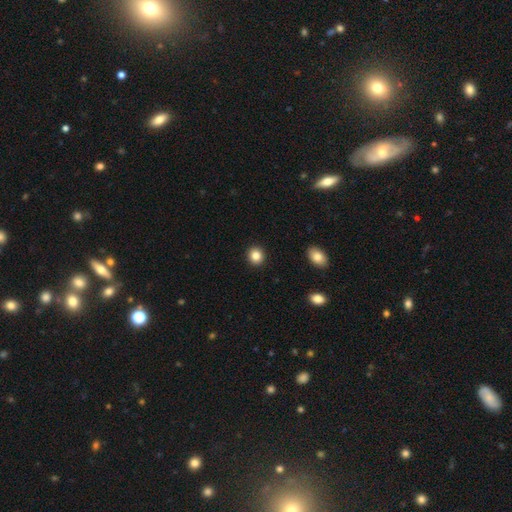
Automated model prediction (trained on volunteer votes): A smooth galaxy with no disk features (85%) that is round (83%). Merging: none (92%).